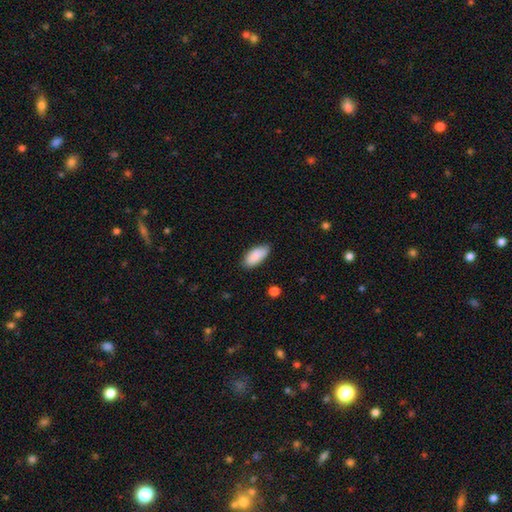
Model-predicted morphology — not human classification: Smooth or featured? smooth (89%)
How rounded? in between (90%)
Merging? none (80%)